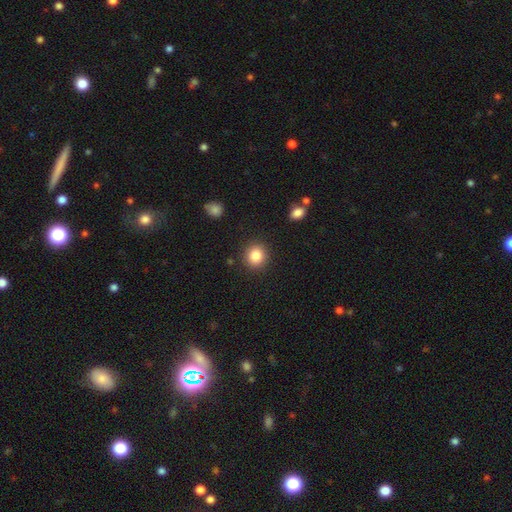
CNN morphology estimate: Overall: smooth (84%). How rounded: round (88%). Merging: none (90%).